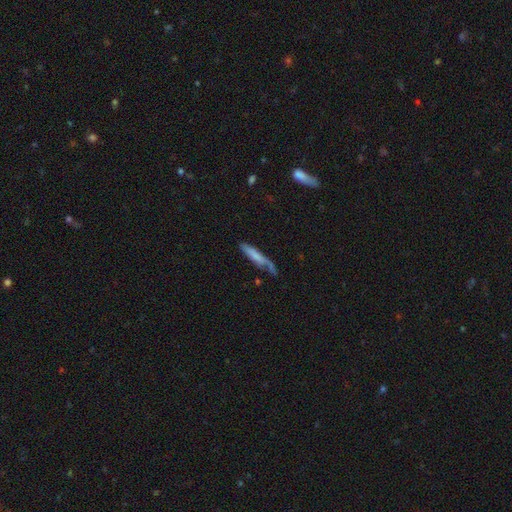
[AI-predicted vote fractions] Morphology: type=smooth (65%); roundness=cigar-shaped (85%); merging=none (51%).